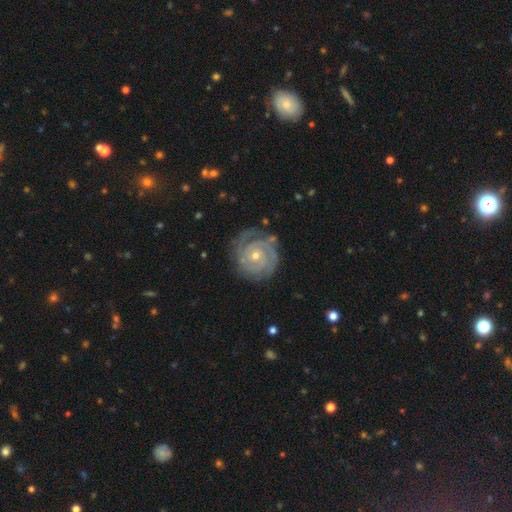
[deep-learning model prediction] Smooth or featured?
  - featured or disk: 90% *
  - smooth: 5%
  - star or artifact: 5%
Edge-on disk?
  - no: 98% *
  - yes: 2%
Bar?
  - no: 73% *
  - weak: 21%
  - strong: 6%
Spiral arms?
  - yes: 98% *
  - no: 2%
Spiral winding?
  - tight: 84% *
  - medium: 14%
  - loose: 2%
Spiral arm count?
  - 2: 42% *
  - 3: 27%
  - can't tell: 14%
  - 4: 8%
  - 1: 5%
  - more than 4: 5%
Bulge size?
  - small: 59% *
  - moderate: 38%
  - large: 1%
  - none: 1%
  - dominant: 1%
Merging?
  - none: 79% *
  - minor disturbance: 15%
  - major disturbance: 5%
  - merger: 2%